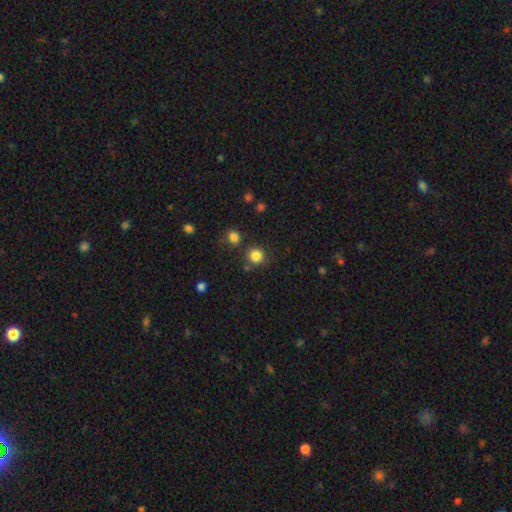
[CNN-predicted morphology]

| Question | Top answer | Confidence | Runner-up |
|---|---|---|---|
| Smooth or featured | smooth | 83% | star or artifact (12%) |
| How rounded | round | 92% | in between (8%) |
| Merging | none | 81% | minor disturbance (8%) |